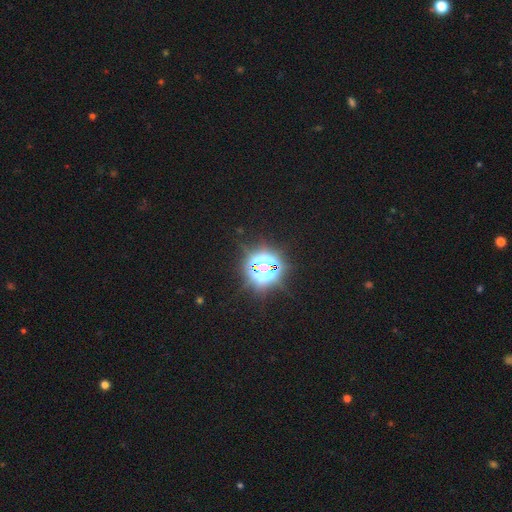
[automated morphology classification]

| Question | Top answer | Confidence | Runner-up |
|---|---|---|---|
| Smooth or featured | star or artifact | 83% | smooth (12%) |